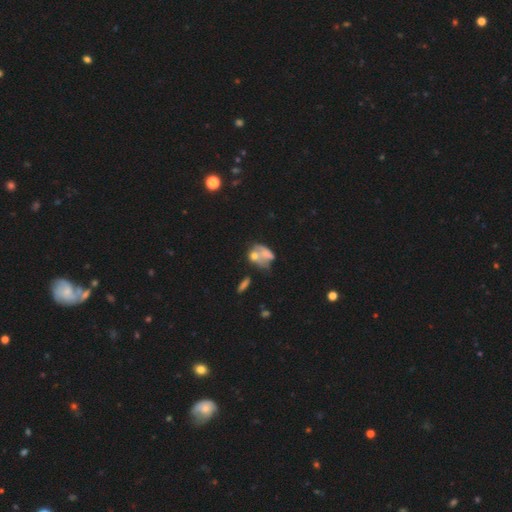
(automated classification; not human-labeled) A smooth galaxy with no disk features (51%) that is in between round and cigar-shaped (64%).

Vote fractions:
- Smooth or featured? smooth: 51% / featured or disk: 36% / star or artifact: 13%
- How rounded? in between: 64% / round: 33% / cigar-shaped: 3%
- Merging? merger: 43% / none: 23% / major disturbance: 19% / minor disturbance: 16%